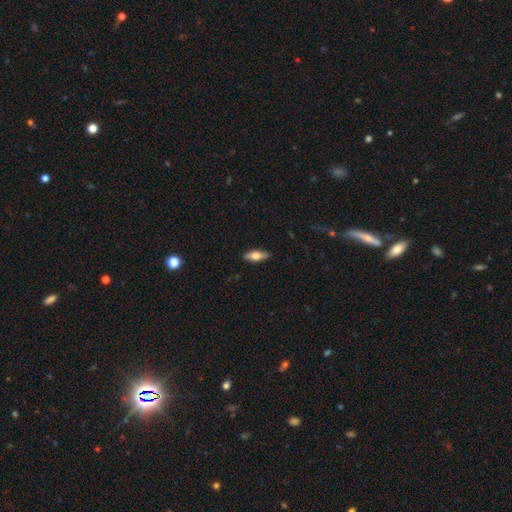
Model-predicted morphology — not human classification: Smooth or featured? Predicted: smooth (p=0.52). How rounded? Predicted: in between (p=0.61). Merging? Predicted: none (p=0.89).